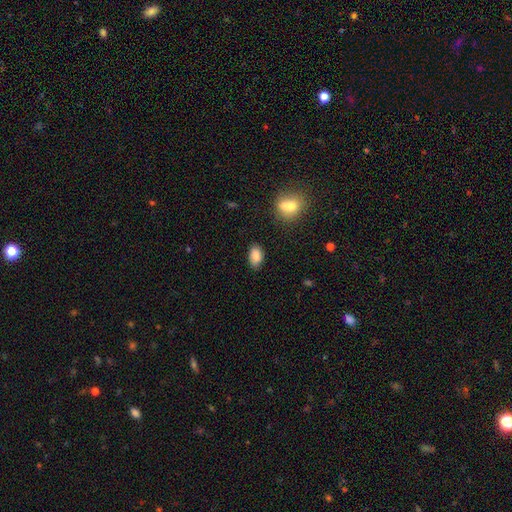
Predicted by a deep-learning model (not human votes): The model was most divided on "merging": none: 82%, minor disturbance: 13%, major disturbance: 3%, merger: 2%. More confident: how rounded — in between (91%); smooth or featured — smooth (85%).